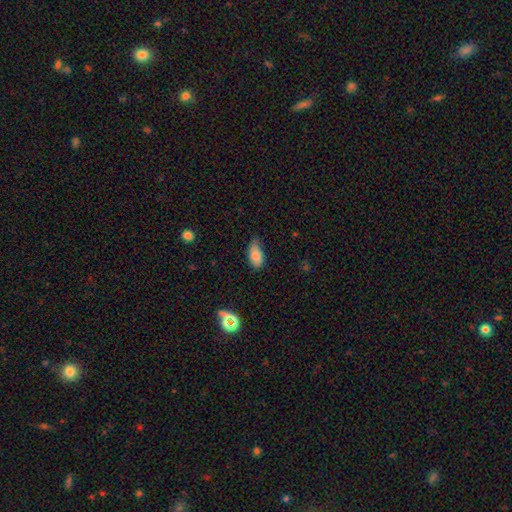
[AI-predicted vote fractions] A smooth galaxy with no disk features (83%) that is in between round and cigar-shaped (91%).

Vote fractions:
- Smooth or featured? smooth: 83% / featured or disk: 9% / star or artifact: 8%
- How rounded? in between: 91% / cigar-shaped: 5% / round: 4%
- Merging? none: 65% / minor disturbance: 29% / major disturbance: 5% / merger: 2%